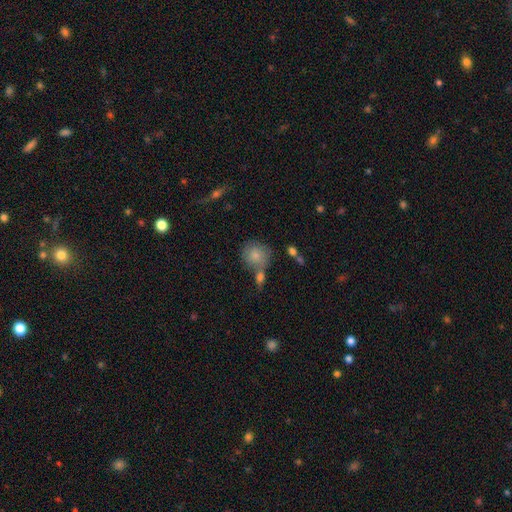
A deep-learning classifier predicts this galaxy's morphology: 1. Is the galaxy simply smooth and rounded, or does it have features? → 80% smooth, 12% featured or disk, 7% star or artifact.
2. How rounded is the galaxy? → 84% round, 15% in between, 1% cigar-shaped.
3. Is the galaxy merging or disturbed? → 54% none, 27% merger, 14% minor disturbance, 5% major disturbance.